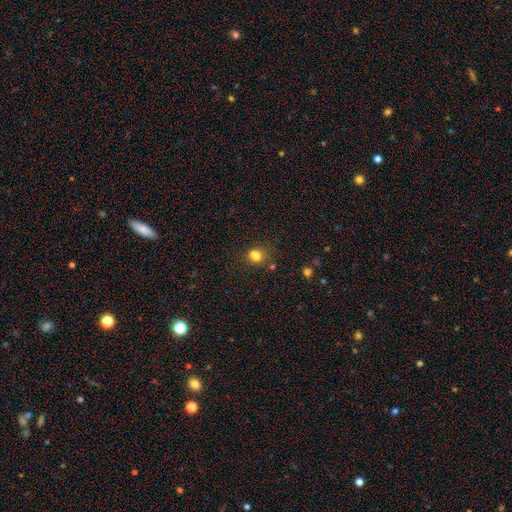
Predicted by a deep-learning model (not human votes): A smooth galaxy with no disk features (77%) that is round (58%).

Vote fractions:
- Smooth or featured? smooth: 77% / star or artifact: 15% / featured or disk: 9%
- How rounded? round: 58% / in between: 41% / cigar-shaped: 1%
- Merging? none: 56% / merger: 21% / minor disturbance: 17% / major disturbance: 6%